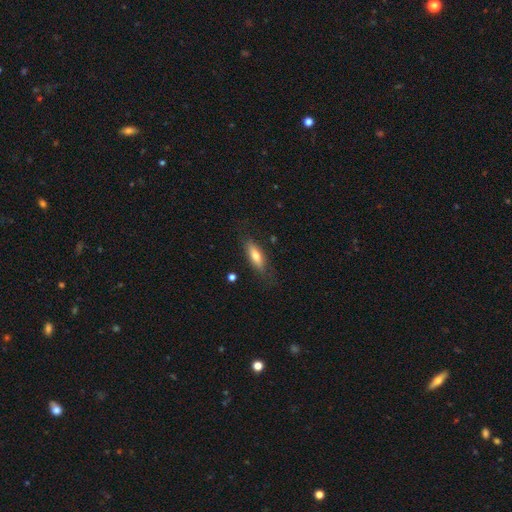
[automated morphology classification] Smooth or featured: smooth — 68% (featured or disk — 26%)
How rounded: in between — 54% (cigar-shaped — 44%)
Merging: none — 77% (minor disturbance — 16%)